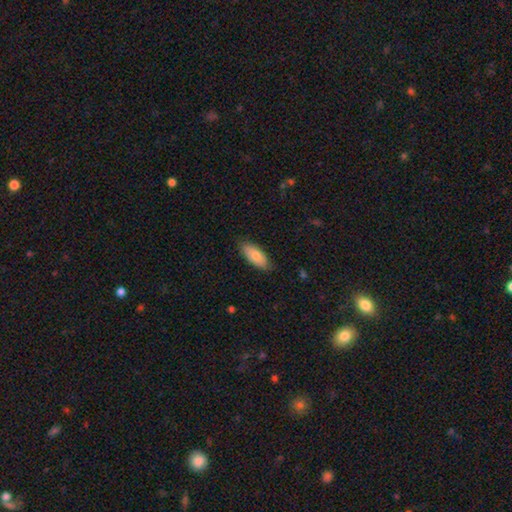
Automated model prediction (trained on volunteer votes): Morphology: type=smooth (80%); roundness=in between (86%); merging=none (81%).